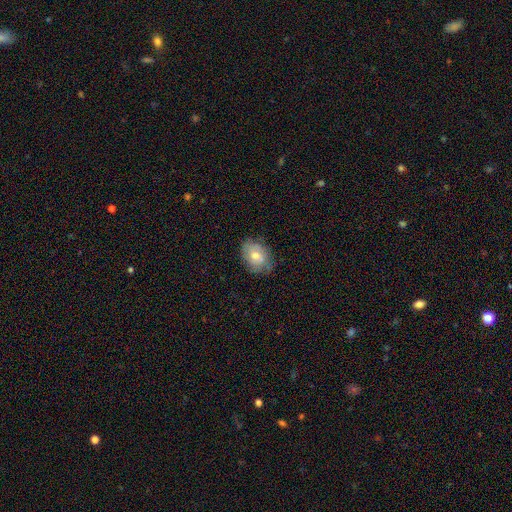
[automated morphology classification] Smooth or featured: smooth — 53% (featured or disk — 37%)
How rounded: in between — 74% (round — 24%)
Merging: none — 74% (minor disturbance — 20%)